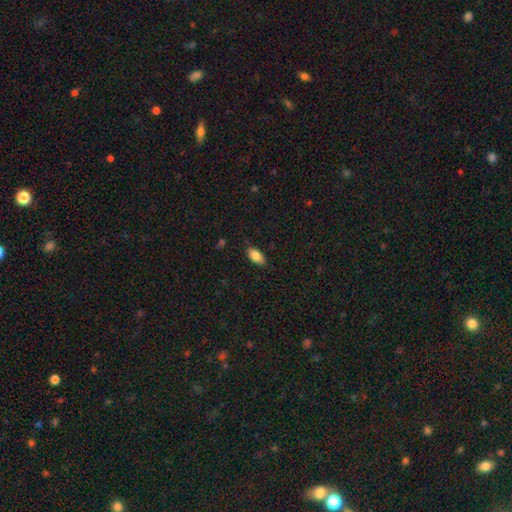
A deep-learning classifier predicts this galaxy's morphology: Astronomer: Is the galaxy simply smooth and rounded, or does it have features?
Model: smooth — 82%.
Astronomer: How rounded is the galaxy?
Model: in between — 90%.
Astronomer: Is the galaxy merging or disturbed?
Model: none — 83%.